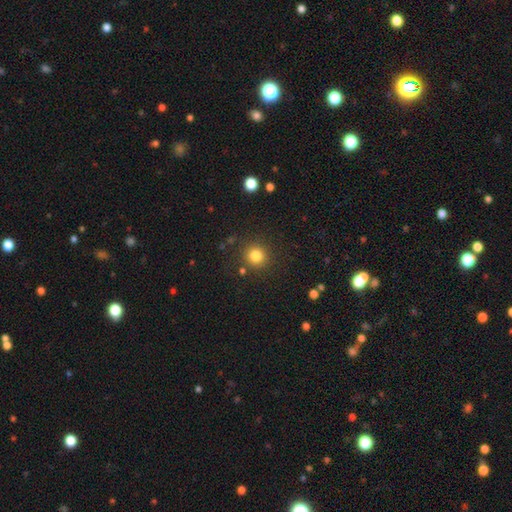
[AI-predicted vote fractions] The model was most divided on "smooth or featured": smooth: 82%, star or artifact: 13%, featured or disk: 6%. More confident: how rounded — round (93%); merging — none (86%).